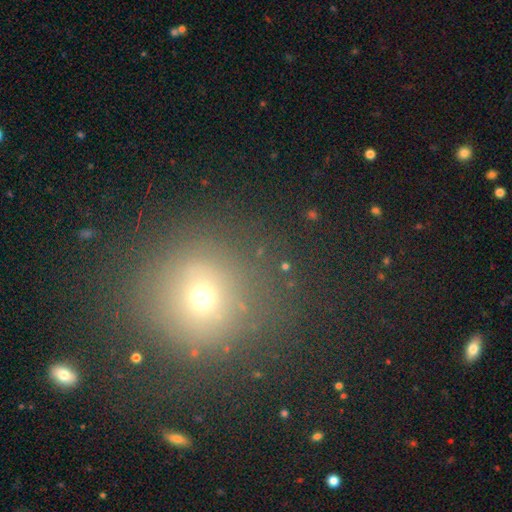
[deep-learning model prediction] Q: Smooth or featured?
A: smooth (58%); runner-up: star or artifact (30%)
Q: How rounded?
A: round (93%); runner-up: in between (6%)
Q: Merging?
A: none (83%); runner-up: minor disturbance (9%)